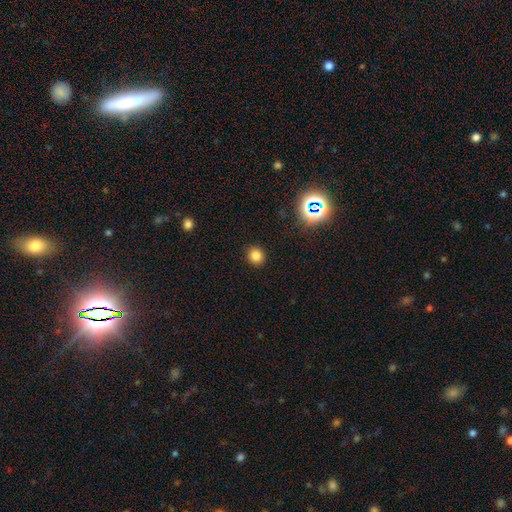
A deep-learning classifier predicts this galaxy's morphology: smooth 81%, star or artifact 15%, featured or disk 4%. Down the decision tree: how rounded — round (87%); merging — none (91%).